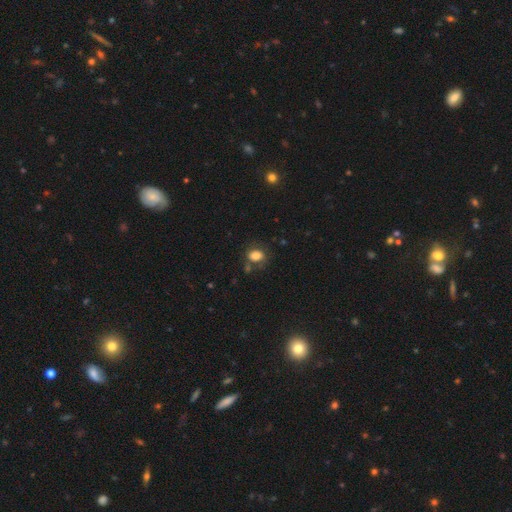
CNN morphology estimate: Smooth or featured? Predicted: smooth (p=0.79). How rounded? Predicted: in between (p=0.59). Merging? Predicted: none (p=0.65).